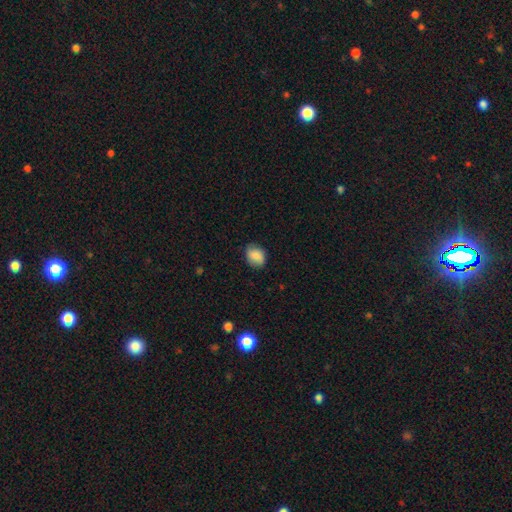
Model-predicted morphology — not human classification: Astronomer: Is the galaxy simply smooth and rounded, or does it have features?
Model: smooth — 80%.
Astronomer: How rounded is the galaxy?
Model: in between — 54% (runner-up: round, 45%).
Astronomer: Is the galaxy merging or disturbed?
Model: none — 77%.